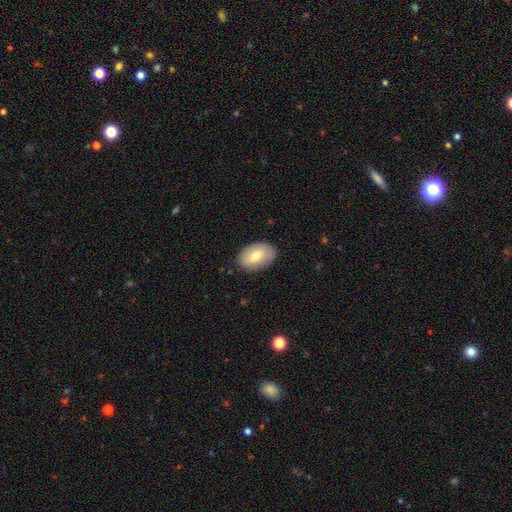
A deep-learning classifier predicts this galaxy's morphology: Smooth or featured? Predicted: smooth (p=0.71). How rounded? Predicted: in between (p=0.91). Merging? Predicted: none (p=0.86).